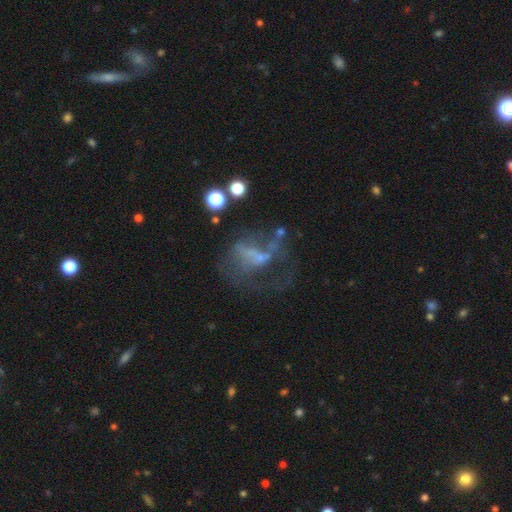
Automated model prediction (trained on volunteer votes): Smooth or featured?
  - featured or disk: 55% *
  - star or artifact: 24%
  - smooth: 21%
Edge-on disk?
  - no: 96% *
  - yes: 4%
Bar?
  - no: 68% *
  - weak: 23%
  - strong: 10%
Spiral arms?
  - no: 70% *
  - yes: 30%
Bulge size?
  - none: 53% *
  - small: 33%
  - moderate: 11%
  - large: 2%
  - dominant: 1%
Merging?
  - major disturbance: 42% *
  - none: 32%
  - minor disturbance: 15%
  - merger: 11%